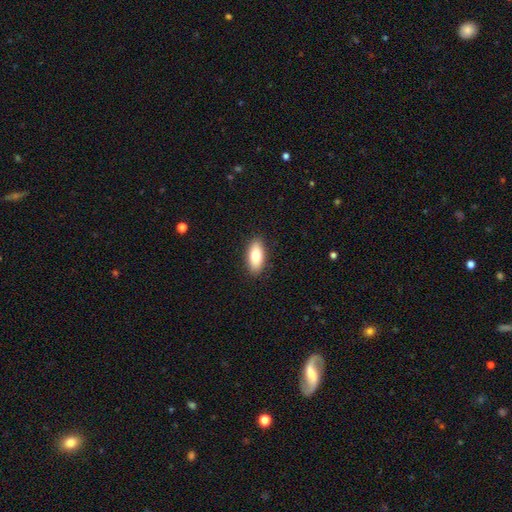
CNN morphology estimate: This is clearly a smooth galaxy (81%). How rounded: clearly in between (84%). Merging: clearly none (89%).